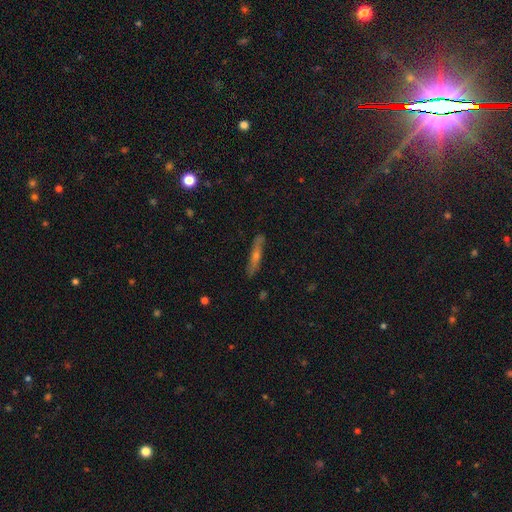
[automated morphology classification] This is possibly a featured or disk galaxy (55%). It is clearly viewed edge-on (88%). Merging: clearly none (85%).